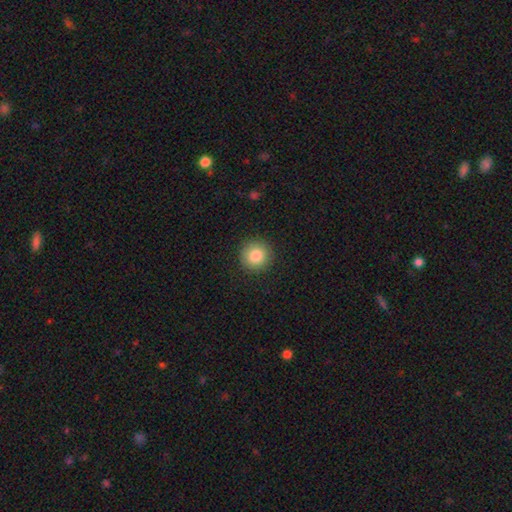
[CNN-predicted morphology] smooth_or_featured: smooth (p=0.85) [alt: star or artifact p=0.09]
how_rounded: round (p=0.94) [alt: in between p=0.05]
merging: none (p=0.91) [alt: minor disturbance p=0.06]